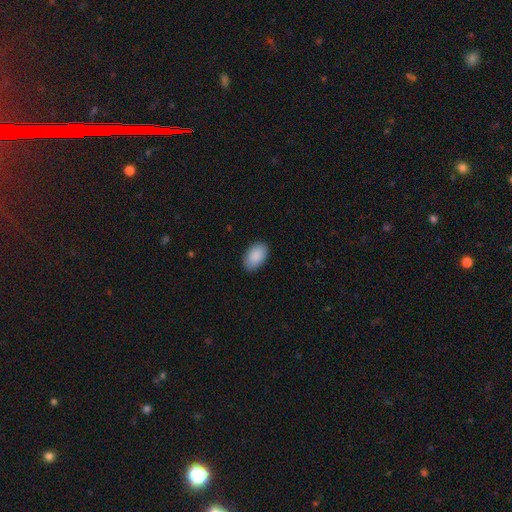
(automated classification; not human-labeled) Smooth or featured: smooth — 91% (star or artifact — 6%)
How rounded: in between — 94% (round — 4%)
Merging: none — 88% (minor disturbance — 9%)